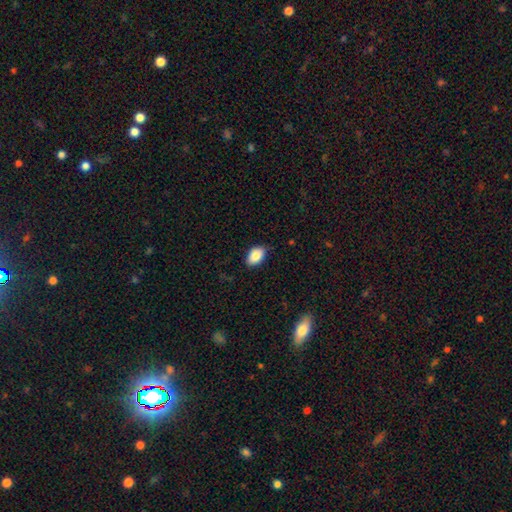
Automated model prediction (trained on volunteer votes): Overall: smooth (87%). How rounded: in between (90%). Merging: none (84%).